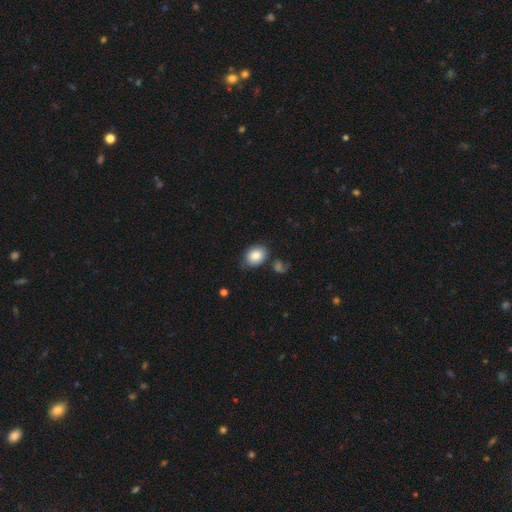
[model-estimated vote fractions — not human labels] A smooth galaxy with no disk features (84%) that is in between round and cigar-shaped (59%).

Vote fractions:
- Smooth or featured? smooth: 84% / star or artifact: 8% / featured or disk: 8%
- How rounded? in between: 59% / round: 40% / cigar-shaped: 1%
- Merging? none: 70% / minor disturbance: 19% / merger: 6% / major disturbance: 5%